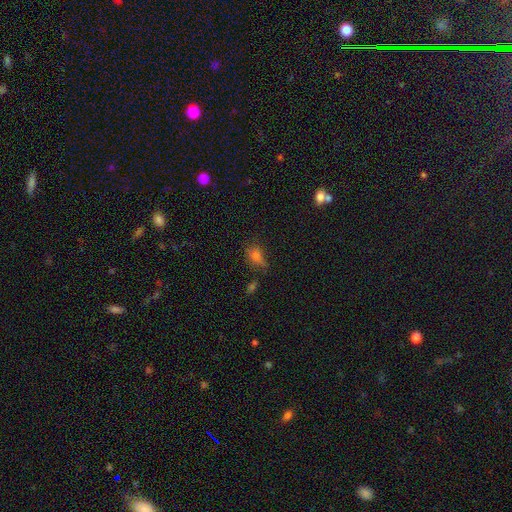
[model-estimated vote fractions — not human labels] Morphology: type=smooth (64%); roundness=in between (67%); merging=none (47%).